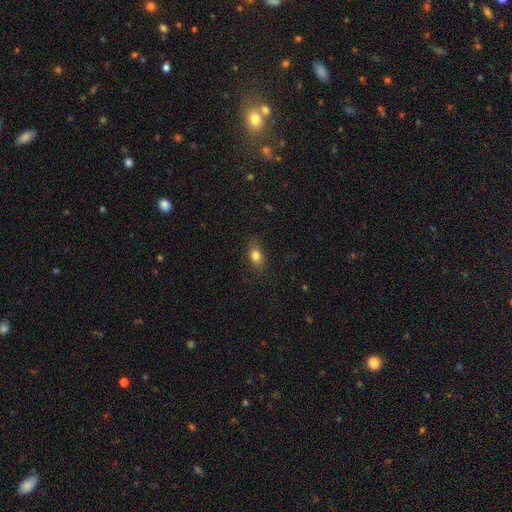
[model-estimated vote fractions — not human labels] Morphology: type=smooth (81%); roundness=in between (75%); merging=none (81%).